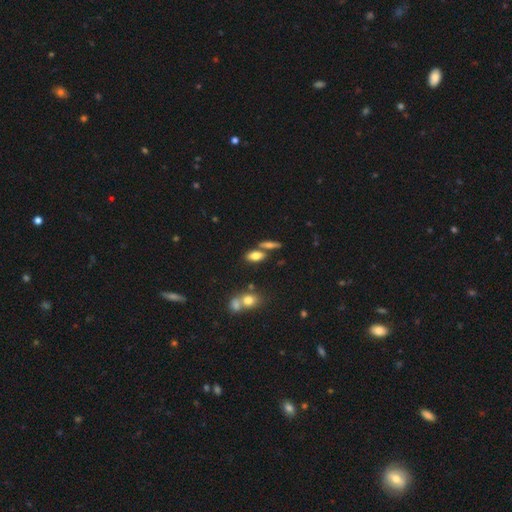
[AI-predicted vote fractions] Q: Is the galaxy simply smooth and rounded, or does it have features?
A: smooth — 71%.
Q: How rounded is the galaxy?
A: in between — 79%.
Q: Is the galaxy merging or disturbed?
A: none — 59%.